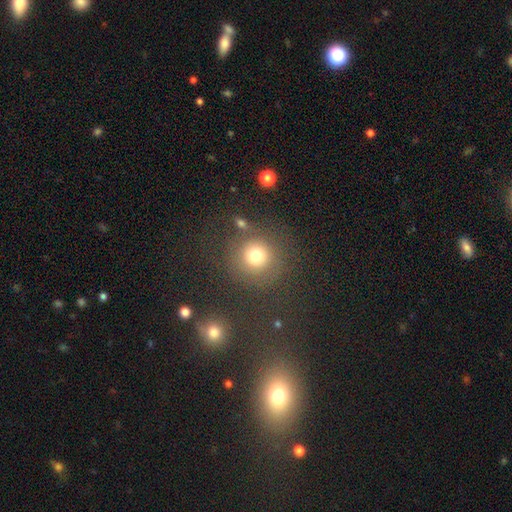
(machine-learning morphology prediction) This appears to be a smooth galaxy with no disk features (76%) that is round (93%). Merging: none (76%).